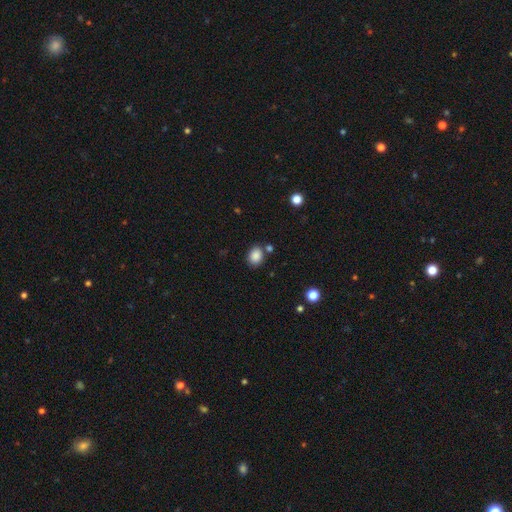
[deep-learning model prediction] Smooth or featured?
  - smooth: 86% *
  - star or artifact: 9%
  - featured or disk: 4%
How rounded?
  - in between: 55% *
  - round: 44%
  - cigar-shaped: 1%
Merging?
  - none: 76% *
  - minor disturbance: 12%
  - merger: 8%
  - major disturbance: 4%